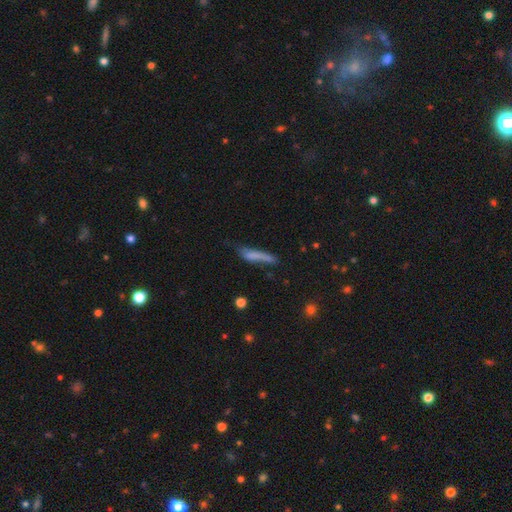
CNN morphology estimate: A smooth galaxy with no disk features (65%) that is cigar-shaped (83%). Merging: none (44%).